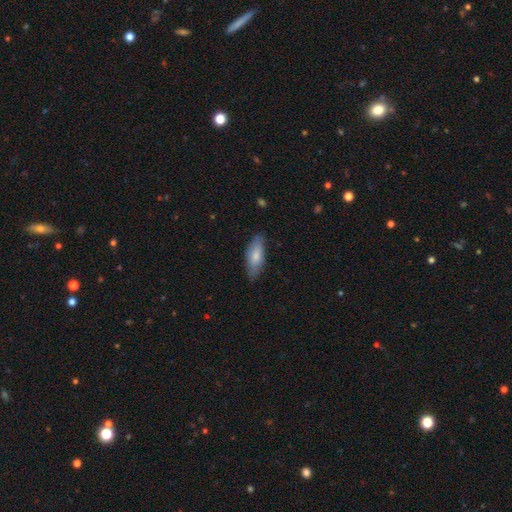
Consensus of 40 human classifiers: Volunteers were most divided on "how rounded": in between: 70%, cigar-shaped: 30%, round: 0%. More confident: merging — none (82%); smooth or featured — smooth (75%).